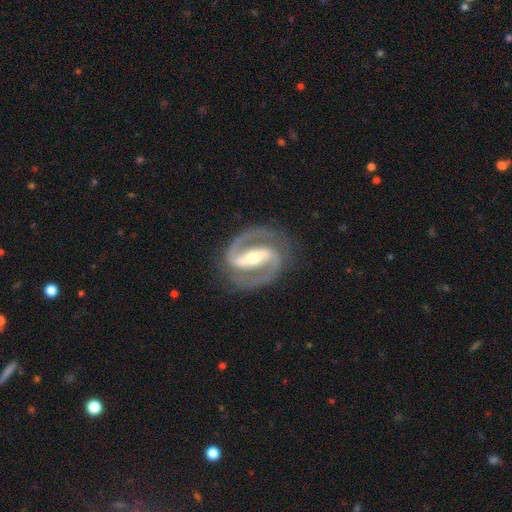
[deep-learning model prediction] featured or disk 93%, star or artifact 4%, smooth 3%. Down the decision tree: edge-on disk — no (97%); bar — strong (71%); spiral arms — yes (98%); spiral arm count — 2 (94%); spiral winding — medium (57%); bulge size — moderate (57%); merging — none (86%).